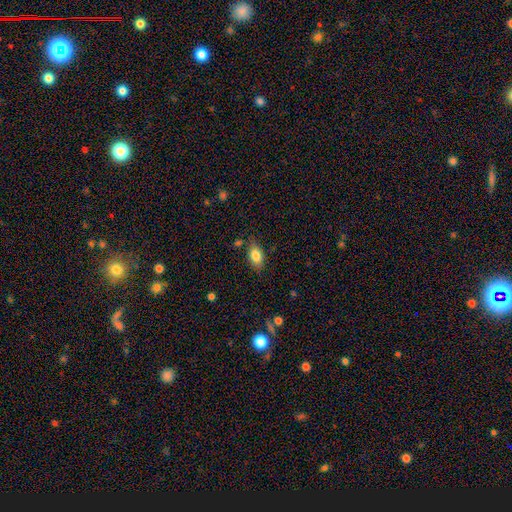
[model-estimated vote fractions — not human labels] smooth-or-featured: smooth: 82% | featured or disk: 9% | star or artifact: 8%
  how-rounded: in between: 87% | round: 10% | cigar-shaped: 3%
  merging: none: 77% | minor disturbance: 16% | major disturbance: 4% | merger: 3%